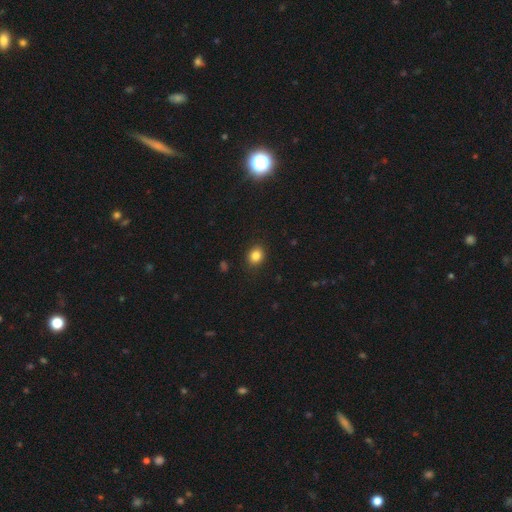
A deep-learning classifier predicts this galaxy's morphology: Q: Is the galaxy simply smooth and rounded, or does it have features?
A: smooth — 84%.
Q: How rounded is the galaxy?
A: round — 59%.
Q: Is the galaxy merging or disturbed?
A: none — 89%.